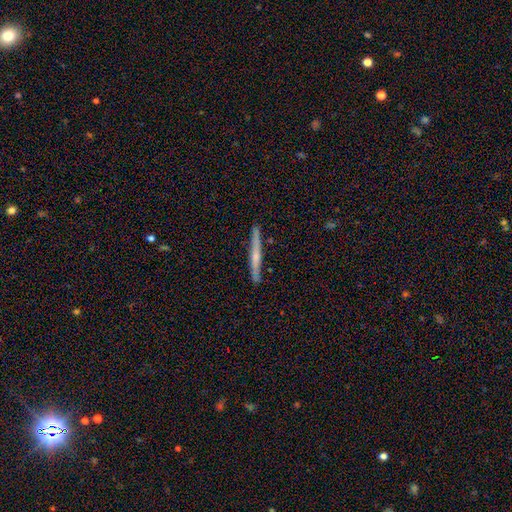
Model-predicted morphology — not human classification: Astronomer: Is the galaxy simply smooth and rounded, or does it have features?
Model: featured or disk — 56% (runner-up: smooth, 38%).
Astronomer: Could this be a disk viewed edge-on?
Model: yes — 97%.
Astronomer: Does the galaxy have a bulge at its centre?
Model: rounded — 50% (runner-up: none, 42%).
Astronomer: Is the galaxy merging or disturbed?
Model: none — 89%.